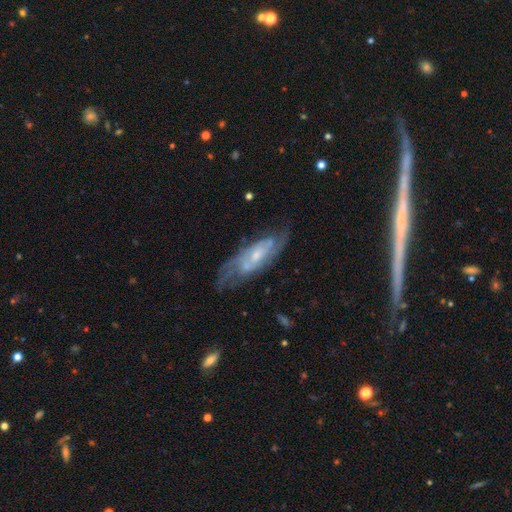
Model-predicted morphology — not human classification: Smooth or featured? Predicted: featured or disk (p=0.77). Edge-on disk? Predicted: no (p=0.83). Bar? Predicted: no (p=0.55). Spiral arms? Predicted: yes (p=0.87). Spiral winding? Predicted: medium (p=0.42). Spiral arm count? Predicted: 2 (p=0.42). Bulge size? Predicted: small (p=0.58). Merging? Predicted: none (p=0.64).